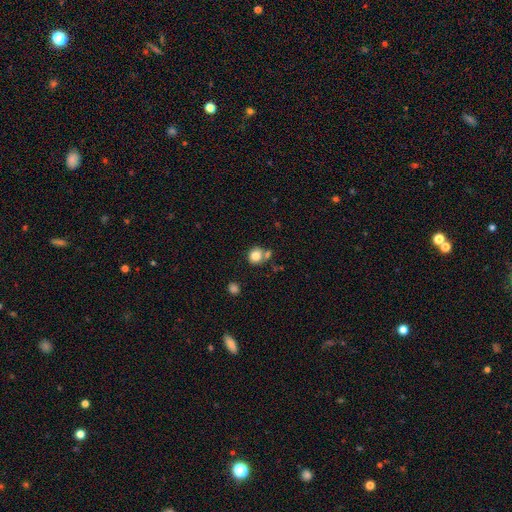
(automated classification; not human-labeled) Morphology: type=smooth (81%); roundness=round (80%); merging=none (54%).